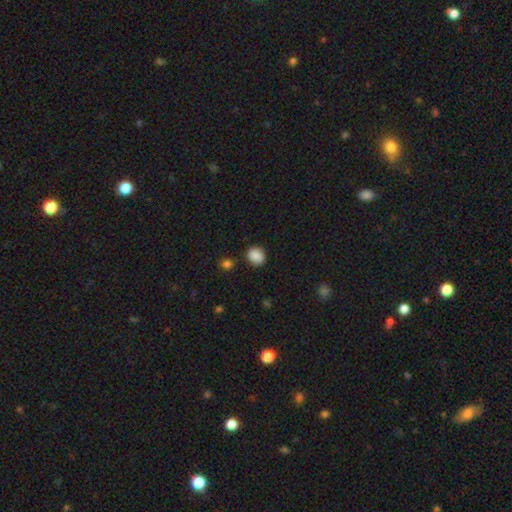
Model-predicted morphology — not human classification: The model was most divided on "how rounded": round: 71%, in between: 28%, cigar-shaped: 1%. More confident: smooth or featured — smooth (85%); merging — none (80%).